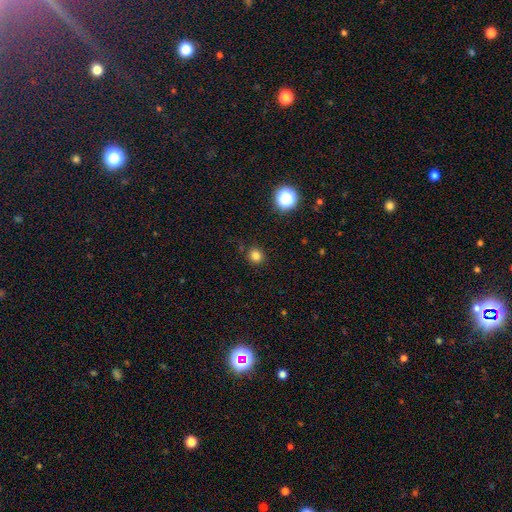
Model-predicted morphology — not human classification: Smooth or featured: smooth — 80% (star or artifact — 15%)
How rounded: round — 90% (in between — 9%)
Merging: none — 88% (minor disturbance — 7%)